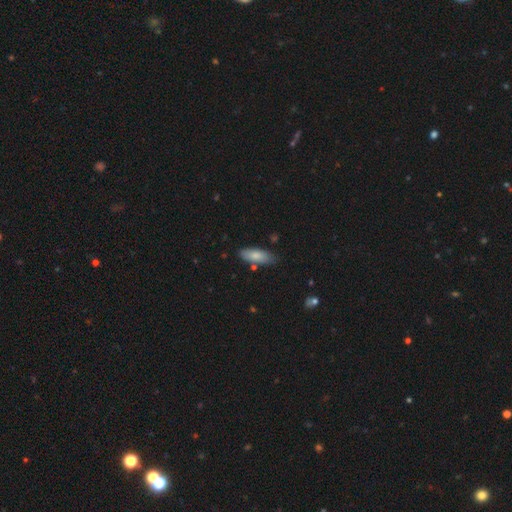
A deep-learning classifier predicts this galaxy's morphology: Smooth or featured? smooth (82%)
How rounded? in between (70%)
Merging? none (78%)